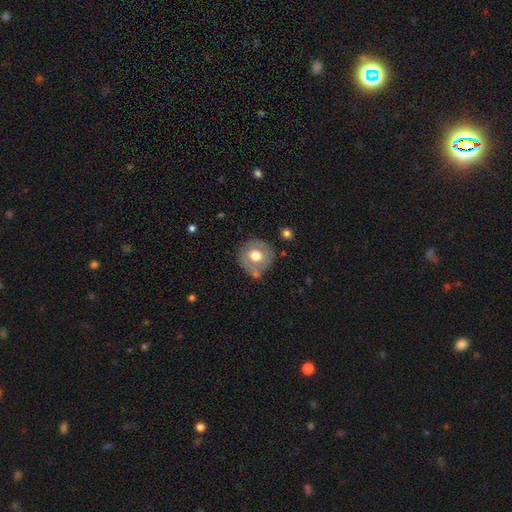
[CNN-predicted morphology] A smooth galaxy with no disk features (62%) that is round (90%). Merging: none (71%).